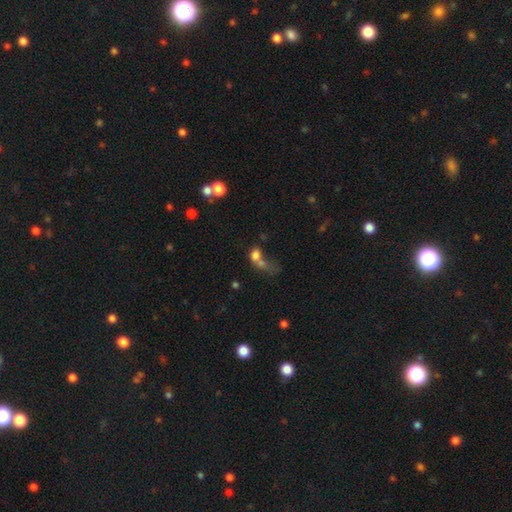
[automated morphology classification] smooth-or-featured: smooth: 68% | featured or disk: 19% | star or artifact: 14%
  how-rounded: in between: 49% | round: 47% | cigar-shaped: 4%
  merging: merger: 50% | major disturbance: 22% | none: 19% | minor disturbance: 9%